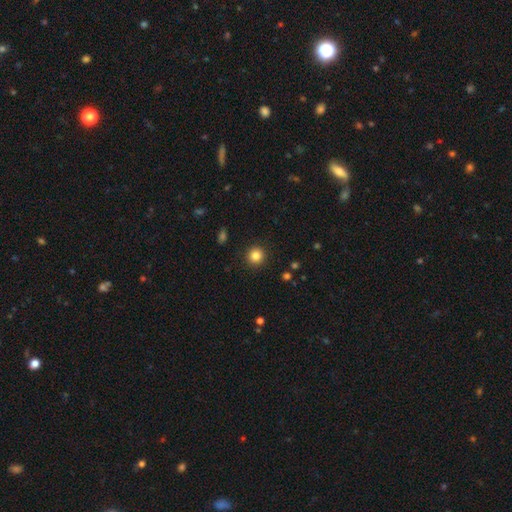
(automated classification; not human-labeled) smooth_or_featured: smooth (p=0.84) [alt: star or artifact p=0.11]
how_rounded: round (p=0.93) [alt: in between p=0.06]
merging: none (p=0.92) [alt: minor disturbance p=0.05]